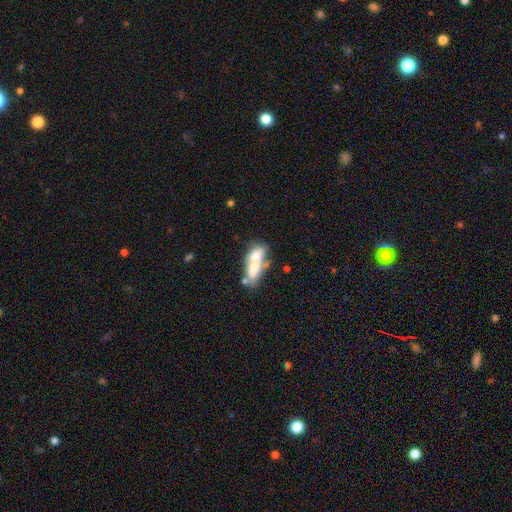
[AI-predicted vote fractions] A smooth galaxy with no disk features (60%) that is in between round and cigar-shaped (67%).

Vote fractions:
- Smooth or featured? smooth: 60% / featured or disk: 32% / star or artifact: 8%
- How rounded? in between: 67% / cigar-shaped: 30% / round: 4%
- Merging? merger: 49% / none: 27% / minor disturbance: 14% / major disturbance: 10%